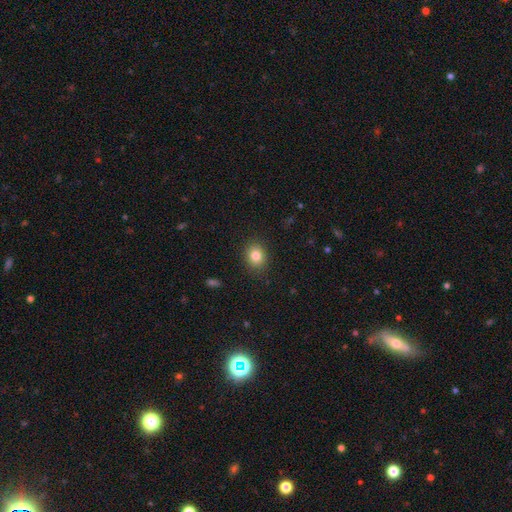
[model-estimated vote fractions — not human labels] smooth-or-featured: smooth: 83% | star or artifact: 10% | featured or disk: 7%
  how-rounded: round: 57% | in between: 42% | cigar-shaped: 1%
  merging: none: 89% | minor disturbance: 8% | major disturbance: 2% | merger: 1%